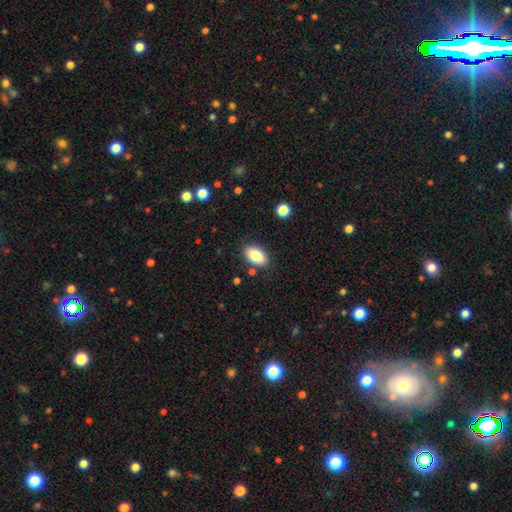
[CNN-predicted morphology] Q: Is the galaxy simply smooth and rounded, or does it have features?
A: smooth — 85%.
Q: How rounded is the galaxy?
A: in between — 93%.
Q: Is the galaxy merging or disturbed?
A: none — 84%.